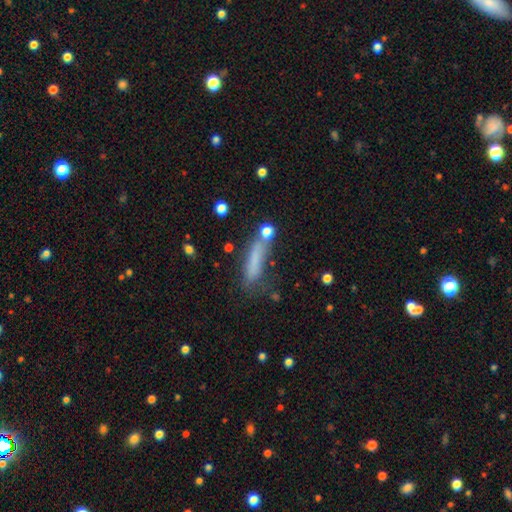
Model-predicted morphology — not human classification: Smooth or featured: smooth — 71% (featured or disk — 18%)
How rounded: cigar-shaped — 73% (in between — 24%)
Merging: none — 54% (minor disturbance — 23%)